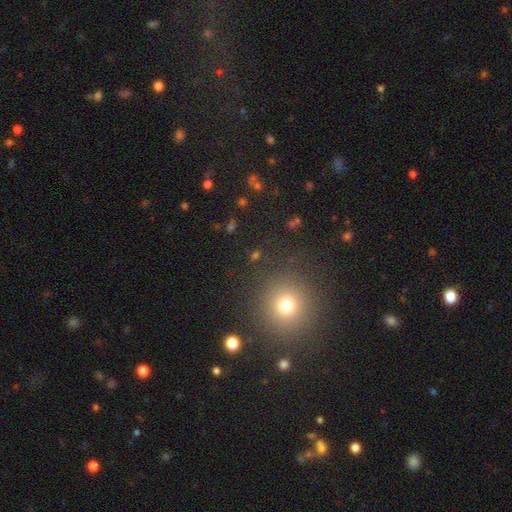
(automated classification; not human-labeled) Overall: smooth (58%; star or artifact 34%). How rounded: round (90%). Merging: none (87%).